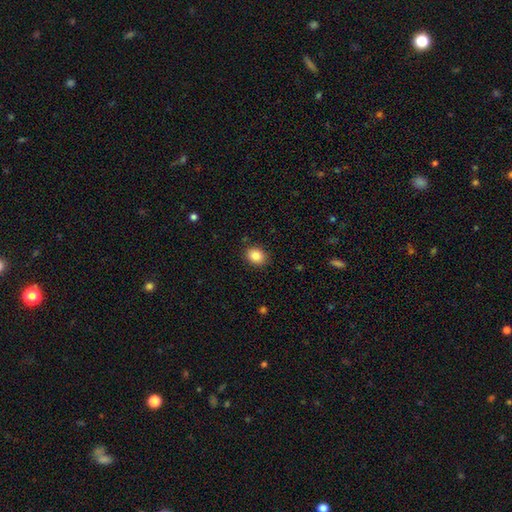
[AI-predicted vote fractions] smooth 86%, star or artifact 9%, featured or disk 5%. Down the decision tree: how rounded — round (50%); merging — none (88%).